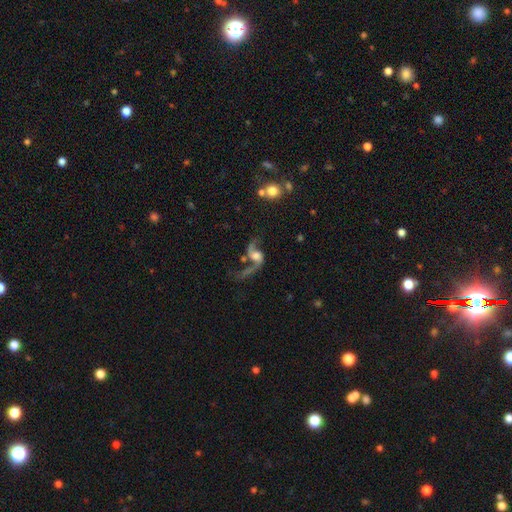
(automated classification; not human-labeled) Smooth or featured?
  - featured or disk: 85% *
  - smooth: 8%
  - star or artifact: 7%
Edge-on disk?
  - no: 96% *
  - yes: 4%
Bar?
  - no: 59% *
  - weak: 32%
  - strong: 9%
Spiral arms?
  - yes: 94% *
  - no: 6%
Spiral winding?
  - loose: 86% *
  - medium: 12%
  - tight: 3%
Spiral arm count?
  - 2: 91% *
  - 1: 5%
  - can't tell: 2%
  - 3: 1%
  - 4: 1%
  - more than 4: 1%
Bulge size?
  - moderate: 48% *
  - large: 25%
  - small: 17%
  - none: 6%
  - dominant: 3%
Merging?
  - none: 48% *
  - major disturbance: 24%
  - minor disturbance: 15%
  - merger: 13%